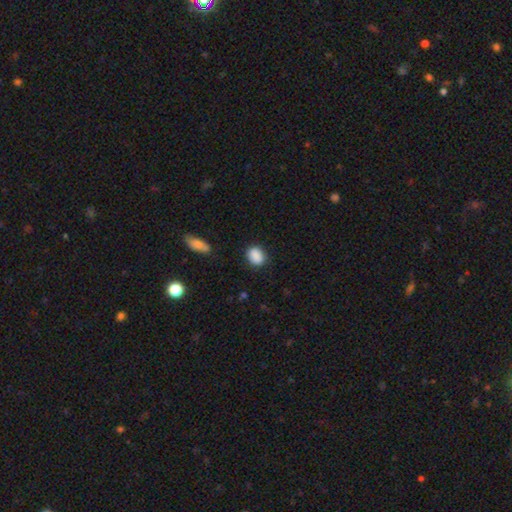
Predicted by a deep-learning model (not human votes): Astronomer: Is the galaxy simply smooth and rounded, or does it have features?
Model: smooth — 89%.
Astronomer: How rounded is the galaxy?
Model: in between — 56% (runner-up: round, 43%).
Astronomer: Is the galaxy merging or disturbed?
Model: none — 83%.